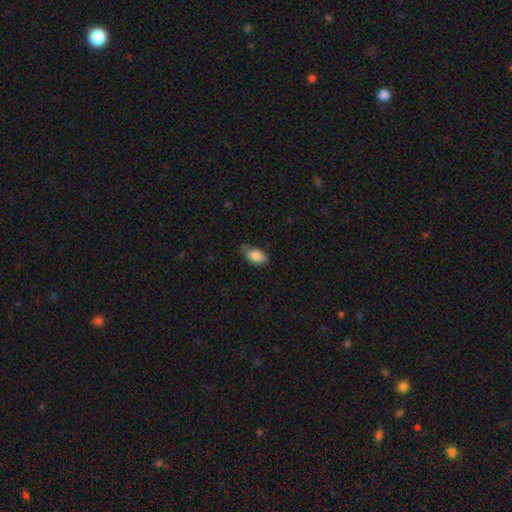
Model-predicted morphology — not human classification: The model was most divided on "merging": none: 63%, minor disturbance: 30%, major disturbance: 5%, merger: 2%. More confident: how rounded — in between (91%); smooth or featured — smooth (84%).